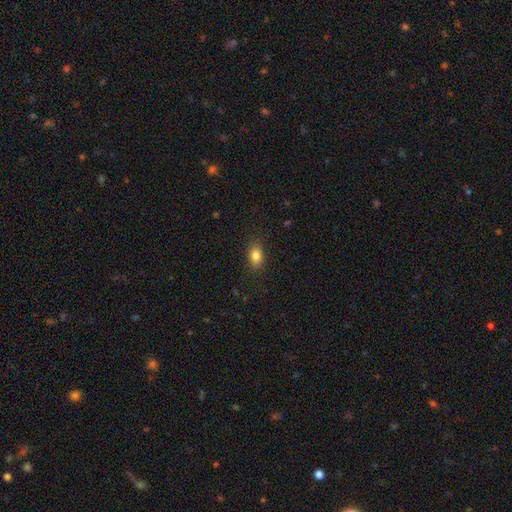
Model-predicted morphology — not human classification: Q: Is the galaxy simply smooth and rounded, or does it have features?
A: smooth — 83%.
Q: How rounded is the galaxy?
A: in between — 79%.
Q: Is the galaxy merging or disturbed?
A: none — 86%.